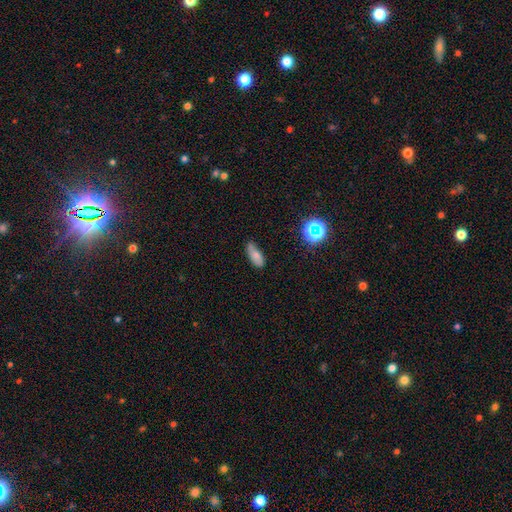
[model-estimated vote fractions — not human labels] smooth 74%, featured or disk 15%, star or artifact 12%. Down the decision tree: how rounded — in between (78%); merging — none (61%).